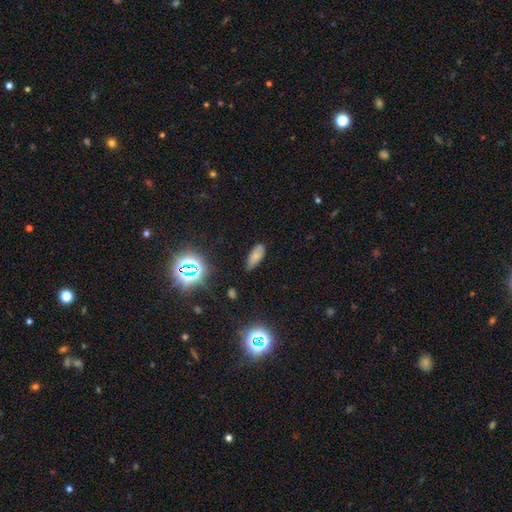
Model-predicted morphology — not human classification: Smooth or featured?
  - smooth: 73% *
  - star or artifact: 17%
  - featured or disk: 10%
How rounded?
  - in between: 79% *
  - cigar-shaped: 18%
  - round: 3%
Merging?
  - none: 68% *
  - minor disturbance: 25%
  - major disturbance: 5%
  - merger: 2%